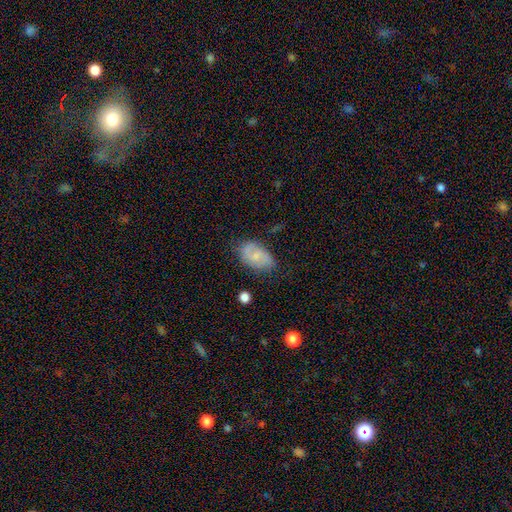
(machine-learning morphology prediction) This is possibly a smooth galaxy (56%). How rounded: clearly in between (89%). Merging: likely none (68%).